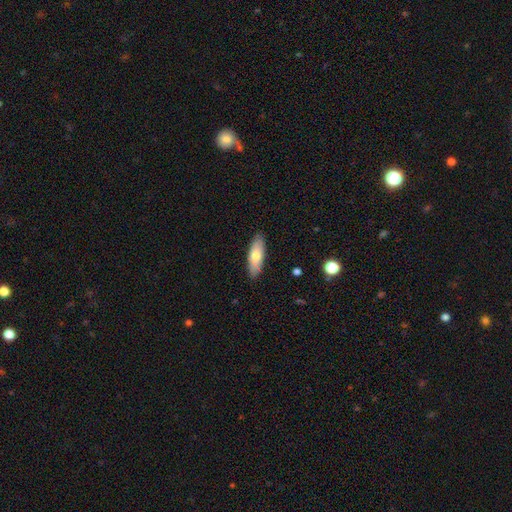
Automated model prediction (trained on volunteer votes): The model was most divided on "how rounded": in between: 59%, cigar-shaped: 39%, round: 2%. More confident: merging — none (87%); smooth or featured — smooth (71%).